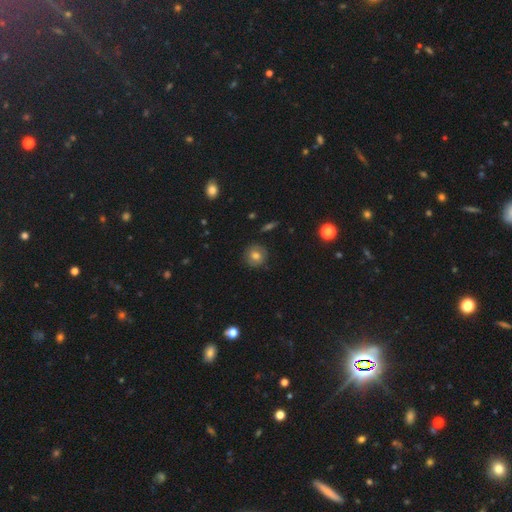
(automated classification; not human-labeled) This is likely a smooth galaxy (67%). How rounded: clearly round (90%). Merging: clearly none (86%).